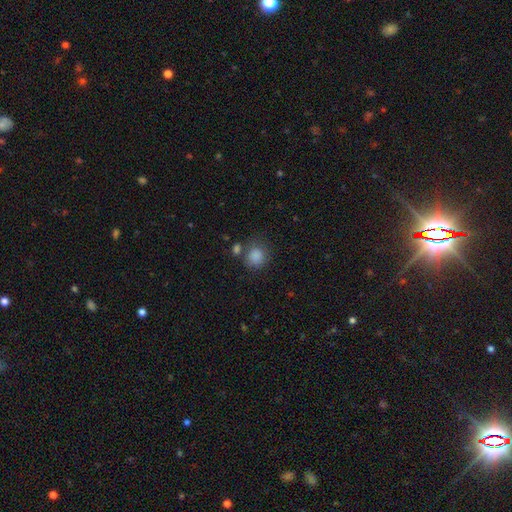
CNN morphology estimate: smooth-or-featured: smooth: 86% | star or artifact: 10% | featured or disk: 4%
  how-rounded: round: 82% | in between: 17% | cigar-shaped: 1%
  merging: none: 67% | minor disturbance: 14% | merger: 12% | major disturbance: 6%